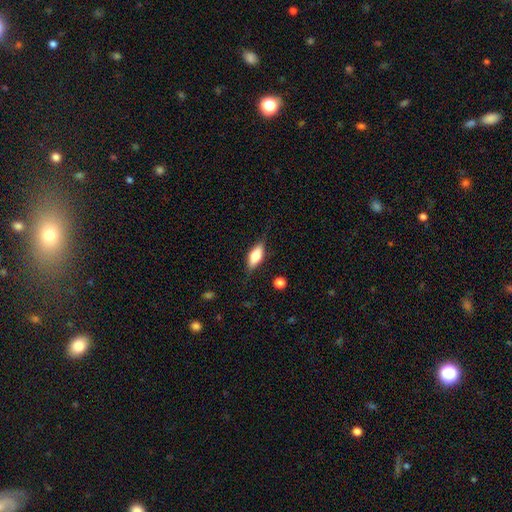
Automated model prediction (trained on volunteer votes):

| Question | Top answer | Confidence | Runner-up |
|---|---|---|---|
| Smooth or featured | smooth | 63% | featured or disk (30%) |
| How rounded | in between | 73% | cigar-shaped (24%) |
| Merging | none | 79% | minor disturbance (15%) |